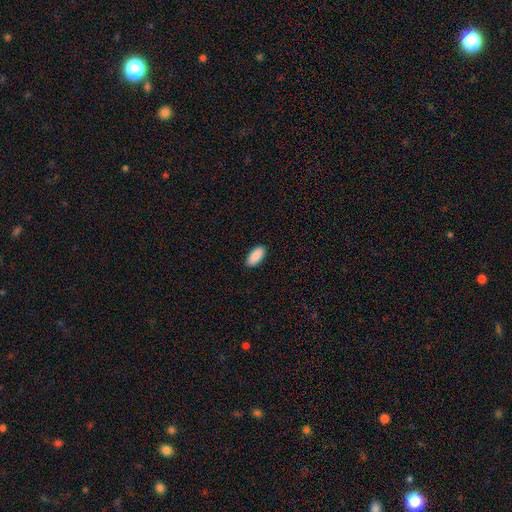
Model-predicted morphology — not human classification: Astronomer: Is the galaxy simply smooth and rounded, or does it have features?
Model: smooth — 91%.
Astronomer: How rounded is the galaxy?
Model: in between — 92%.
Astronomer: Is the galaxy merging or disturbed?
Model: none — 90%.